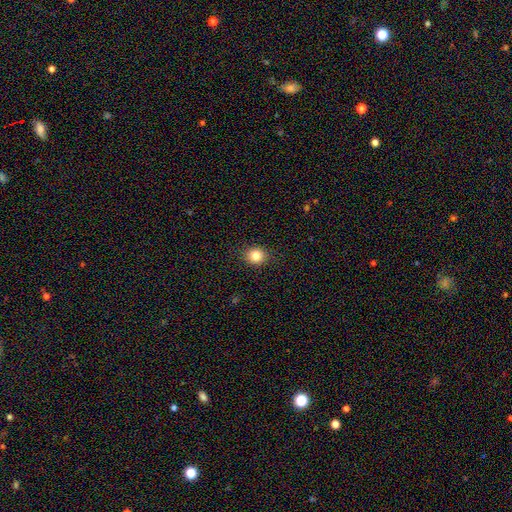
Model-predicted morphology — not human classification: type=smooth (83%); roundness=round (78%); merging=none (90%).